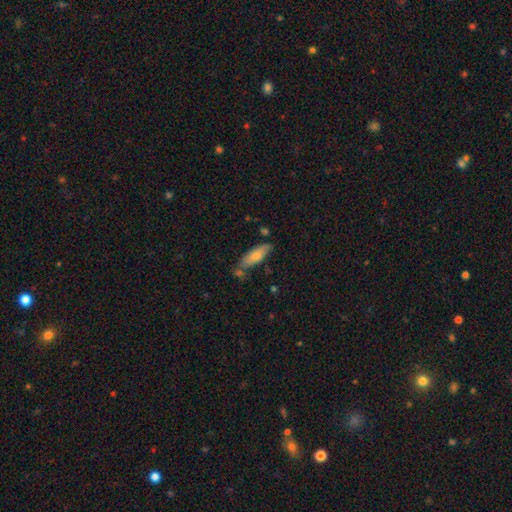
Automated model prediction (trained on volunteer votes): This is likely a smooth galaxy (73%). How rounded: possibly in between (54%). Merging: likely none (66%).